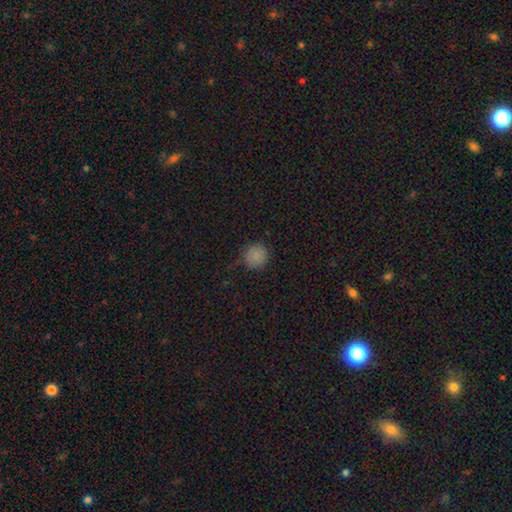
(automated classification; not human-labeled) smooth_or_featured: smooth (p=0.84) [alt: star or artifact p=0.12]
how_rounded: round (p=0.93) [alt: in between p=0.06]
merging: none (p=0.80) [alt: minor disturbance p=0.15]